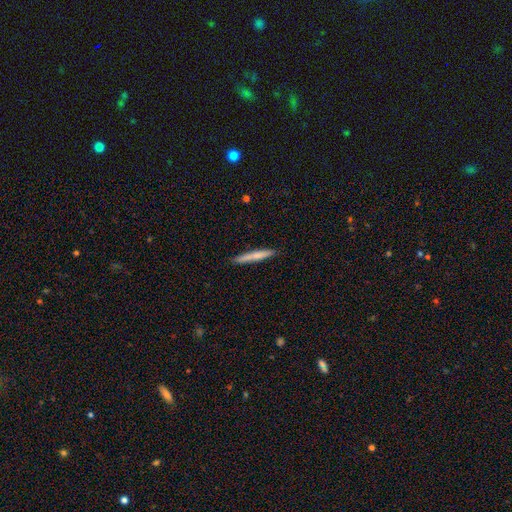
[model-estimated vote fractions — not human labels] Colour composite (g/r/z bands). It shows a smooth galaxy with no disk features (67%) that is cigar-shaped (95%). Merging: none (89%).